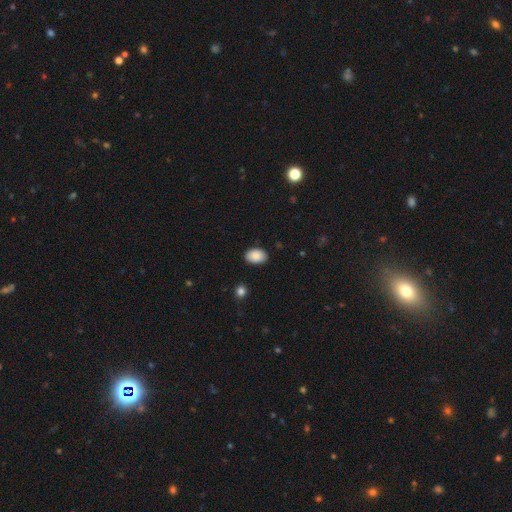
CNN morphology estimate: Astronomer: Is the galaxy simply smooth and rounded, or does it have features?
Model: smooth — 89%.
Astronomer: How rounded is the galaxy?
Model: in between — 86%.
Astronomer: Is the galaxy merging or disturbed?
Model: none — 86%.